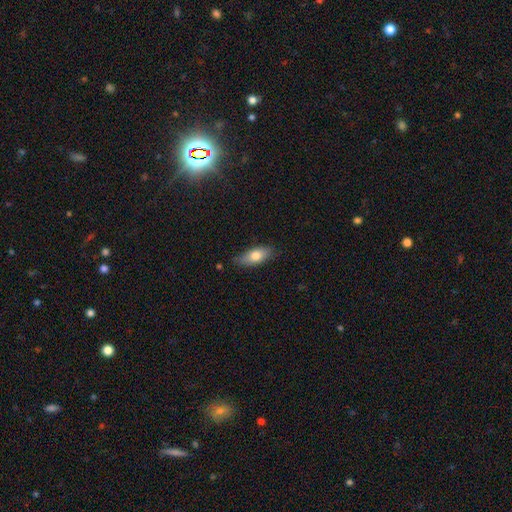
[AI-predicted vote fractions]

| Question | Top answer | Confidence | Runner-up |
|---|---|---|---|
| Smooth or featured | smooth | 75% | featured or disk (19%) |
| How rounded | in between | 77% | cigar-shaped (20%) |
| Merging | none | 77% | minor disturbance (18%) |